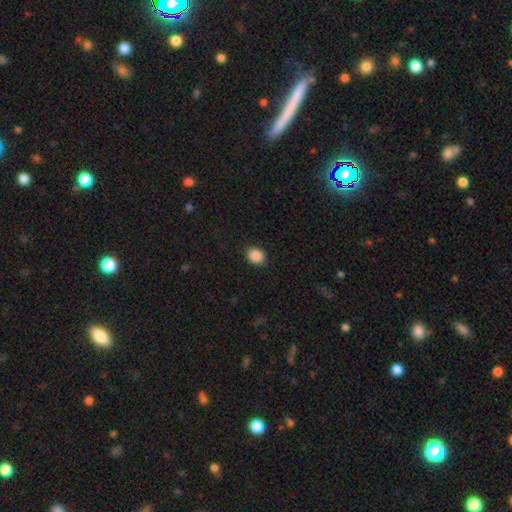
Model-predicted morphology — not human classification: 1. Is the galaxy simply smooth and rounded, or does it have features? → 89% smooth, 8% star or artifact, 3% featured or disk.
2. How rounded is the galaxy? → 52% round, 47% in between, 1% cigar-shaped.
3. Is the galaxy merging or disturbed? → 89% none, 8% minor disturbance, 2% major disturbance, 1% merger.